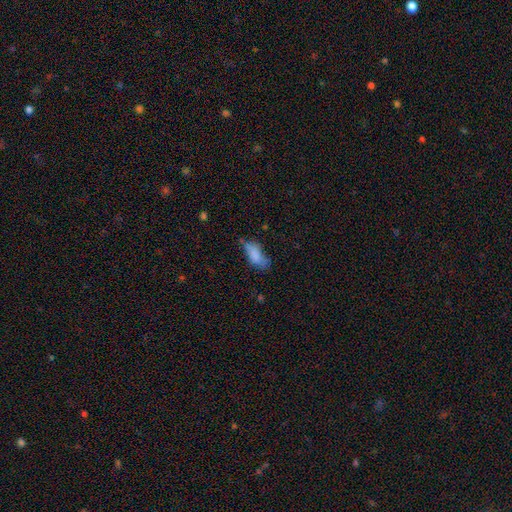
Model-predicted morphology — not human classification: This is likely a smooth galaxy (75%). How rounded: clearly in between (82%). Merging: marginally none (39%).